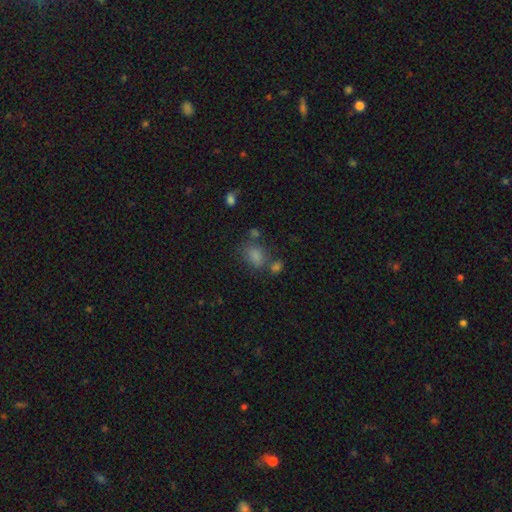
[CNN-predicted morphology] A smooth galaxy with no disk features (78%) that is in between round and cigar-shaped (71%). Merging: none (53%).